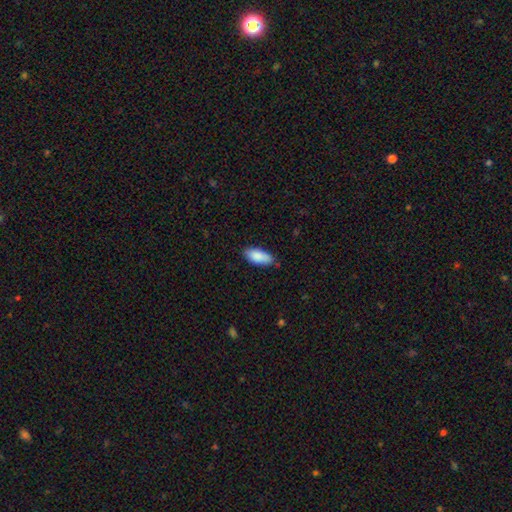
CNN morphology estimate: A smooth galaxy with no disk features (88%) that is in between round and cigar-shaped (87%). Merging: none (79%).